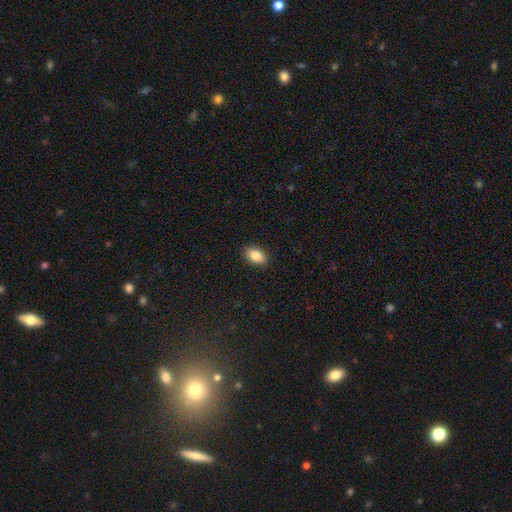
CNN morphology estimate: Overall: smooth (87%). How rounded: in between (87%). Merging: none (89%).